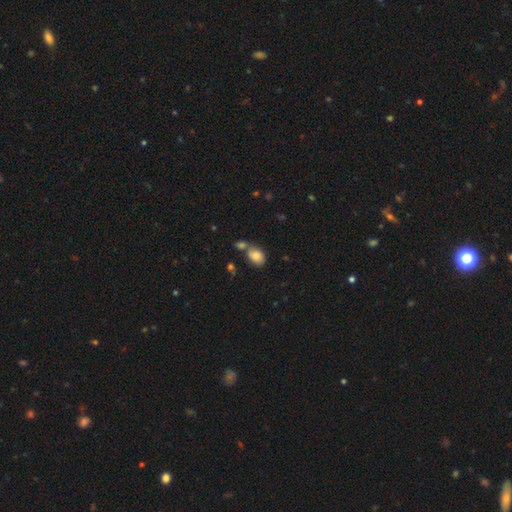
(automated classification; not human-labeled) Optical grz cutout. It shows a smooth galaxy with no disk features (84%) that is in between round and cigar-shaped (73%). Merging: none (48%).